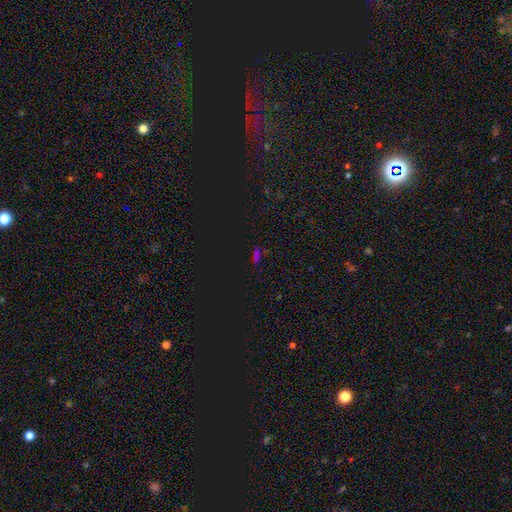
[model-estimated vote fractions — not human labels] This appears to be a star or artifact, not a galaxy (65%).